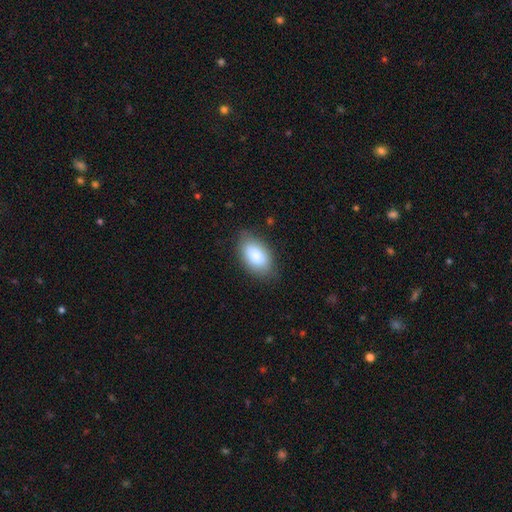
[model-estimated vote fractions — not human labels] The model was most divided on "merging": none: 80%, minor disturbance: 15%, major disturbance: 4%, merger: 1%. More confident: how rounded — in between (94%); smooth or featured — smooth (86%).